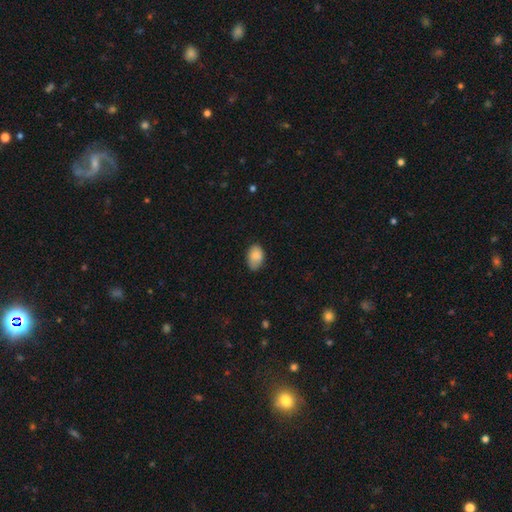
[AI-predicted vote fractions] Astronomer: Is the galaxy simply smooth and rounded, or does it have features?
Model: smooth — 84%.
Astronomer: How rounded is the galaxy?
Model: in between — 89%.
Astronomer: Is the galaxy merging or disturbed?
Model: none — 67%.